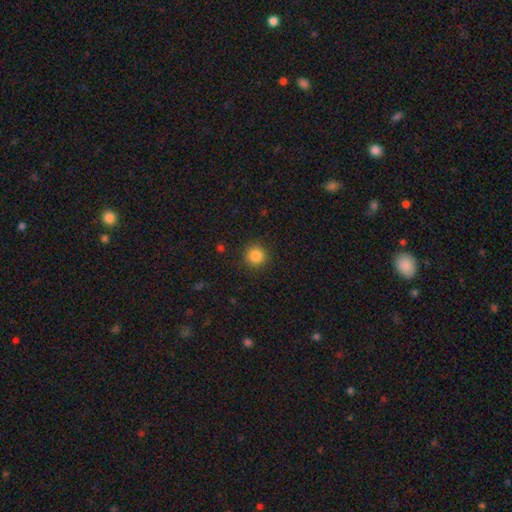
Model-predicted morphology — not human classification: Smooth or featured? smooth (85%)
How rounded? round (94%)
Merging? none (91%)